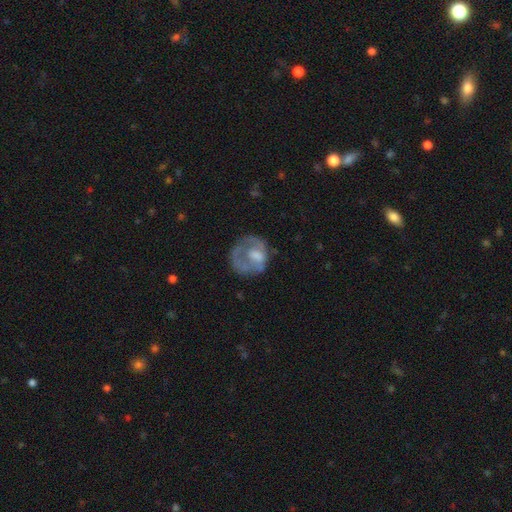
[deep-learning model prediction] This is possibly a featured or disk galaxy (50%). It is clearly not viewed edge-on (96%). Merging: possibly none (48%).